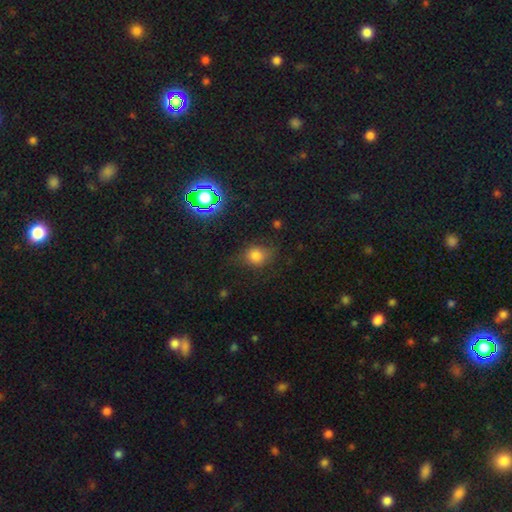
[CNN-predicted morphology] Smooth or featured: smooth — 74% (star or artifact — 16%)
How rounded: round — 63% (in between — 36%)
Merging: none — 64% (minor disturbance — 23%)